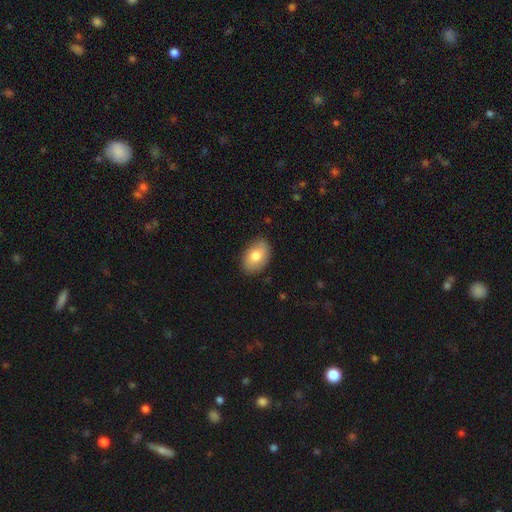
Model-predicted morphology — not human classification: smooth-or-featured: smooth: 77% | featured or disk: 17% | star or artifact: 6%
  how-rounded: in between: 89% | round: 10% | cigar-shaped: 1%
  merging: none: 84% | minor disturbance: 13% | major disturbance: 2% | merger: 1%